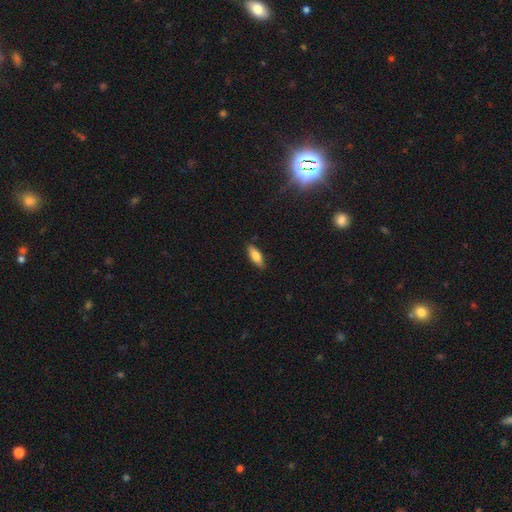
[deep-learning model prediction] This is likely a smooth galaxy (79%). How rounded: likely in between (61%). Merging: clearly none (87%).